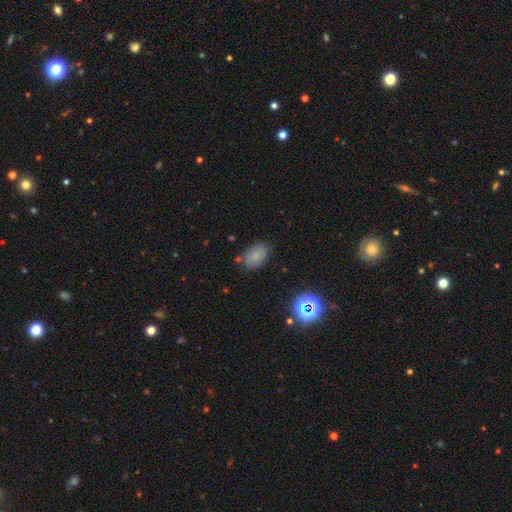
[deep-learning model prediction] Morphology: type=smooth (75%); roundness=in between (87%); merging=none (76%).